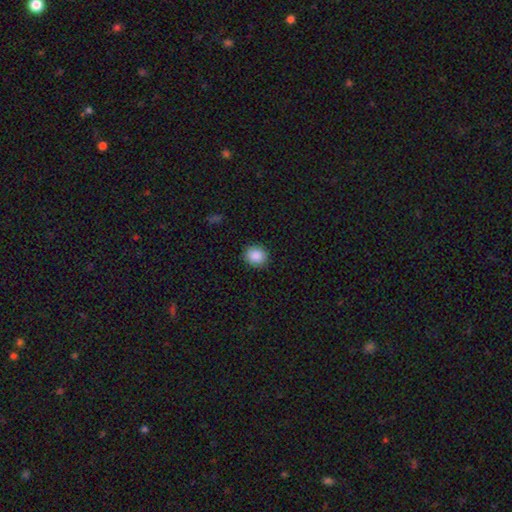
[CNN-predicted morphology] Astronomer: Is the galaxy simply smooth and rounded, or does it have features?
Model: smooth — 89%.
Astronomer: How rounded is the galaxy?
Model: round — 73%.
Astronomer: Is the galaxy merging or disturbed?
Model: none — 90%.